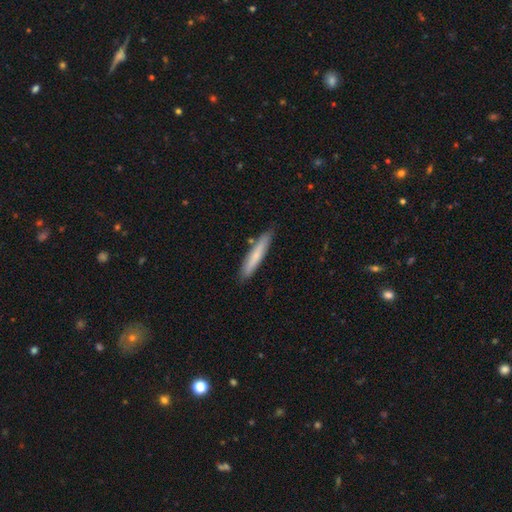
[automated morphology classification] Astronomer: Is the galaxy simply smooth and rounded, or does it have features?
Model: smooth — 69%.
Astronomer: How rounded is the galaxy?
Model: cigar-shaped — 92%.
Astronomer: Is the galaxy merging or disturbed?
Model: none — 85%.